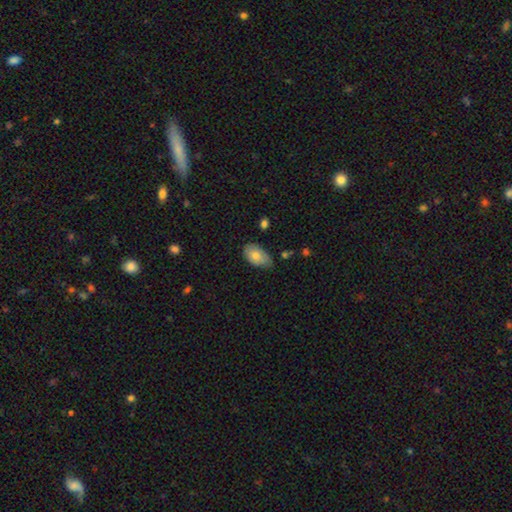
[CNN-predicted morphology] type=smooth (76%); roundness=in between (92%); merging=none (54%).